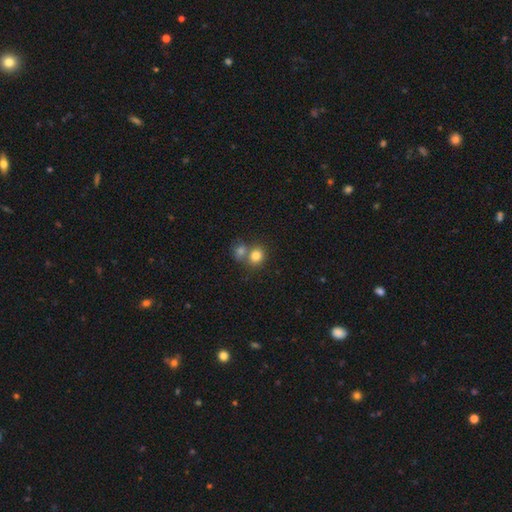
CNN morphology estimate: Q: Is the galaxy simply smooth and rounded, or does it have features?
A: smooth — 81%.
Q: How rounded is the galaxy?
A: round — 76%.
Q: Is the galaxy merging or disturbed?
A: none — 45%.